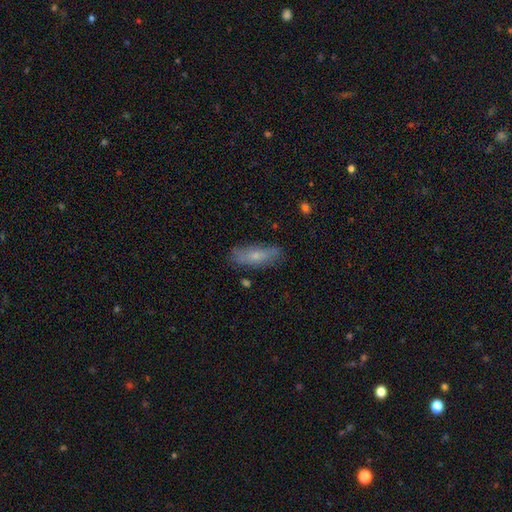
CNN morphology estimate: smooth 62%, featured or disk 31%, star or artifact 8%. Down the decision tree: how rounded — in between (59%); merging — none (74%).